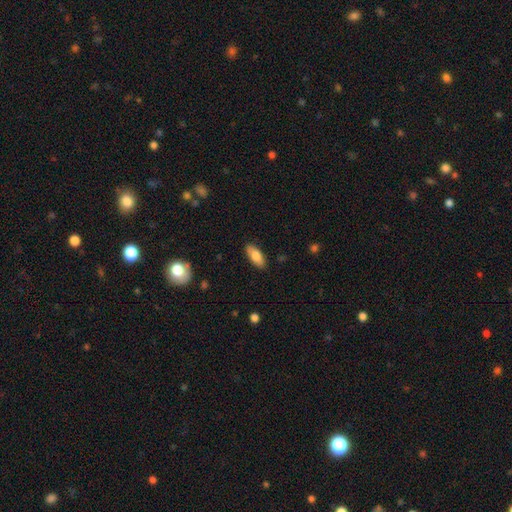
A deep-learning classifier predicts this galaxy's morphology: Smooth or featured?
  - smooth: 80% *
  - featured or disk: 13%
  - star or artifact: 7%
How rounded?
  - in between: 83% *
  - cigar-shaped: 15%
  - round: 2%
Merging?
  - none: 87% *
  - minor disturbance: 10%
  - major disturbance: 2%
  - merger: 1%